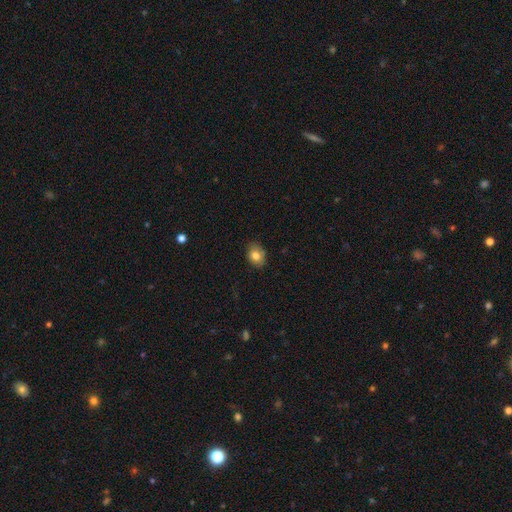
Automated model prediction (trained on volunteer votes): Q: Smooth or featured?
A: smooth (81%); runner-up: star or artifact (9%)
Q: How rounded?
A: in between (58%); runner-up: round (41%)
Q: Merging?
A: none (81%); runner-up: minor disturbance (15%)